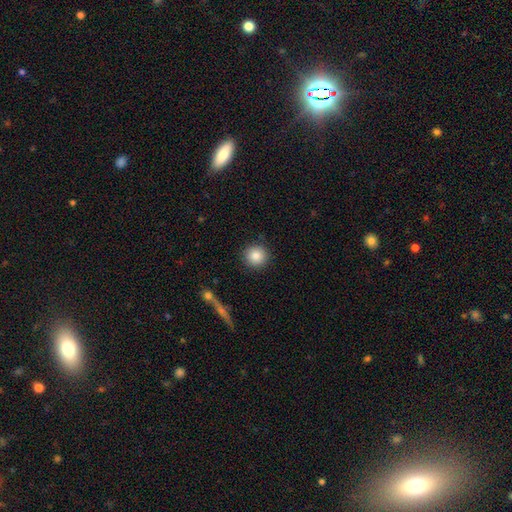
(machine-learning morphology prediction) smooth 85%, star or artifact 9%, featured or disk 6%. Down the decision tree: how rounded — round (94%); merging — none (90%).